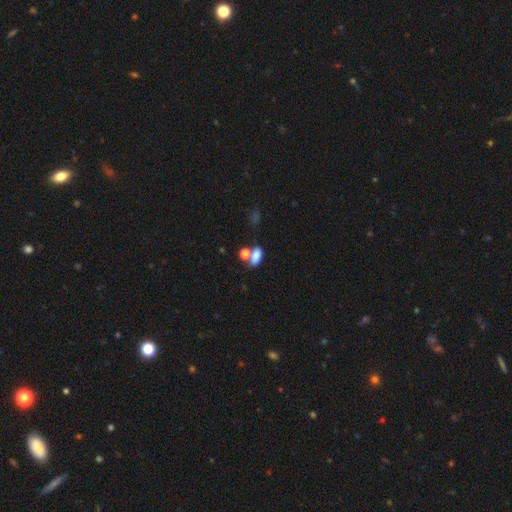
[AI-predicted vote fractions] Smooth or featured? Predicted: smooth (p=0.78). How rounded? Predicted: in between (p=0.83). Merging? Predicted: none (p=0.41).